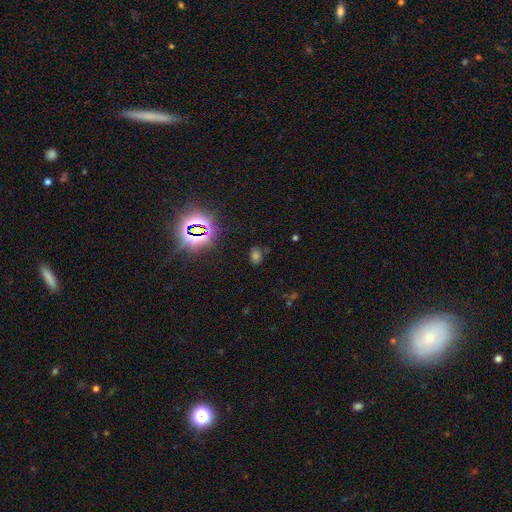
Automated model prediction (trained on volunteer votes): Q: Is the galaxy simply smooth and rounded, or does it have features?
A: smooth — 46%.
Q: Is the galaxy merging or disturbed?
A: none — 78%.